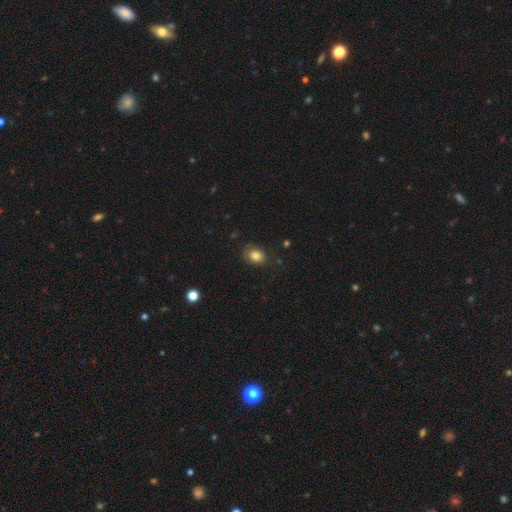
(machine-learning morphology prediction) Overall: smooth (81%). How rounded: in between (50%; round 49%). Merging: none (77%).